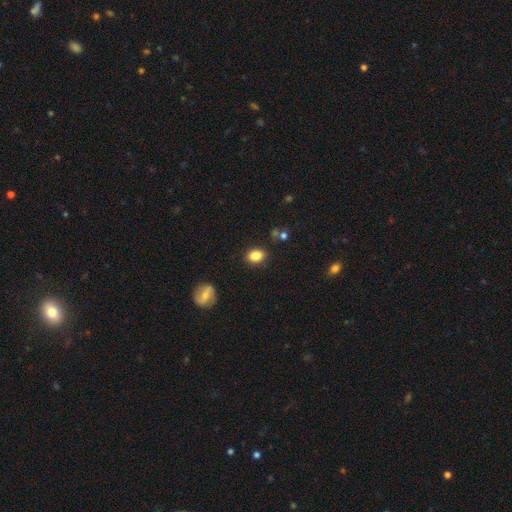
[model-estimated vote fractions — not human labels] This appears to be a smooth galaxy with no disk features (84%) that is in between round and cigar-shaped (69%). Merging: none (86%).